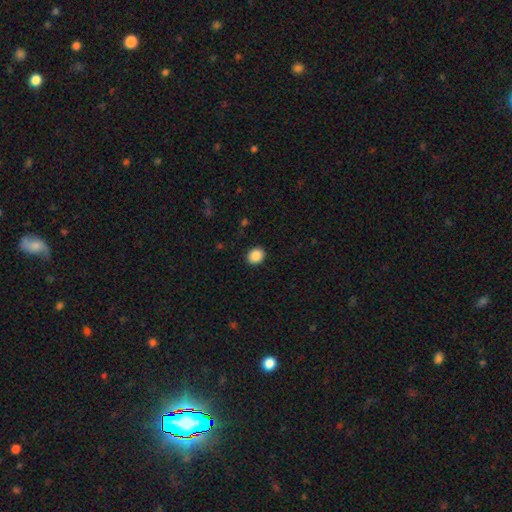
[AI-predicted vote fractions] This appears to be a smooth galaxy with no disk features (89%) that is round (67%). Merging: none (91%).